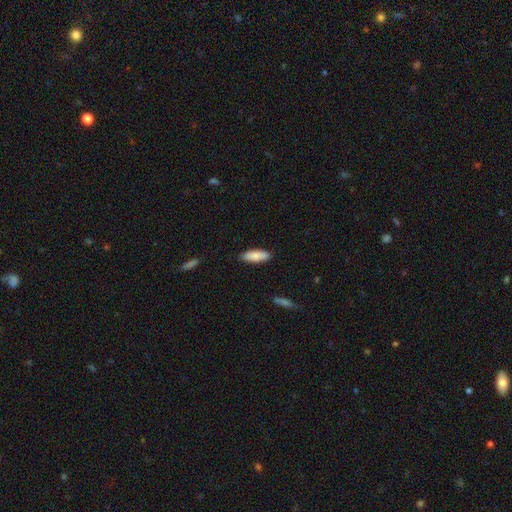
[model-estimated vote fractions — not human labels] smooth 86%, featured or disk 8%, star or artifact 6%. Down the decision tree: how rounded — in between (59%); merging — none (88%).